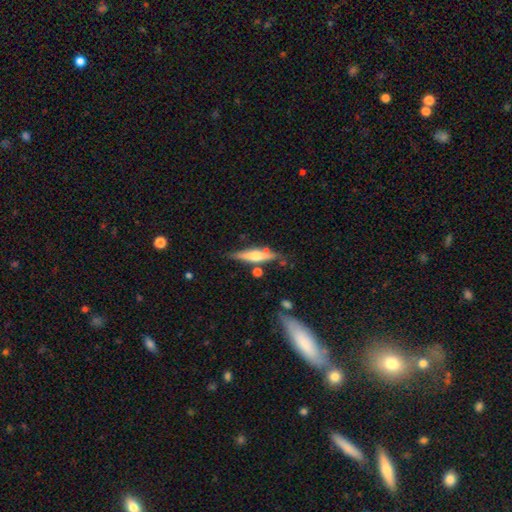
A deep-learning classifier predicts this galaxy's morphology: type=featured or disk (56%); edge-on=yes (94%); edge-on bulge=rounded (77%); merging=none (73%).